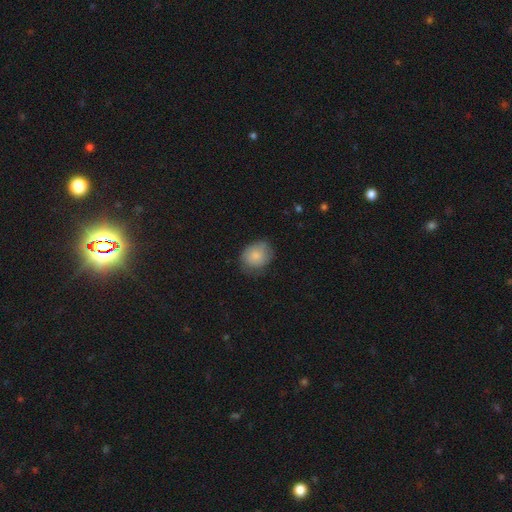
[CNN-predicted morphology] Smooth or featured: smooth — 79% (featured or disk — 14%)
How rounded: round — 51% (in between — 48%)
Merging: none — 66% (minor disturbance — 26%)